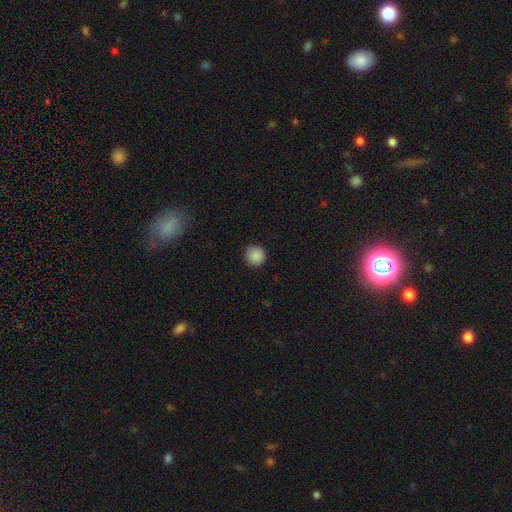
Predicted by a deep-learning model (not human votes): smooth 88%, star or artifact 9%, featured or disk 3%. Down the decision tree: how rounded — round (94%); merging — none (91%).